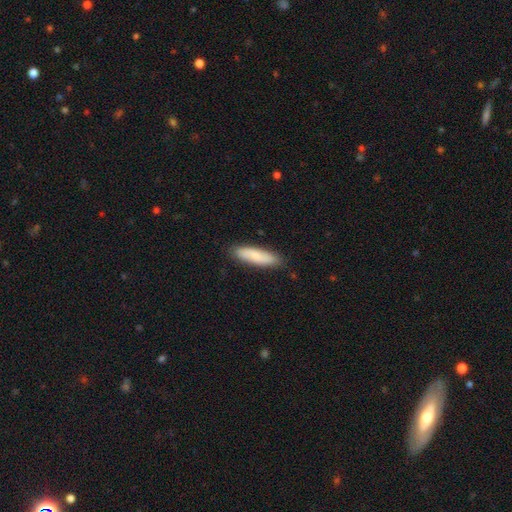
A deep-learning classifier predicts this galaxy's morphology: Smooth or featured: smooth — 78% (featured or disk — 16%)
How rounded: cigar-shaped — 66% (in between — 33%)
Merging: none — 86% (minor disturbance — 11%)